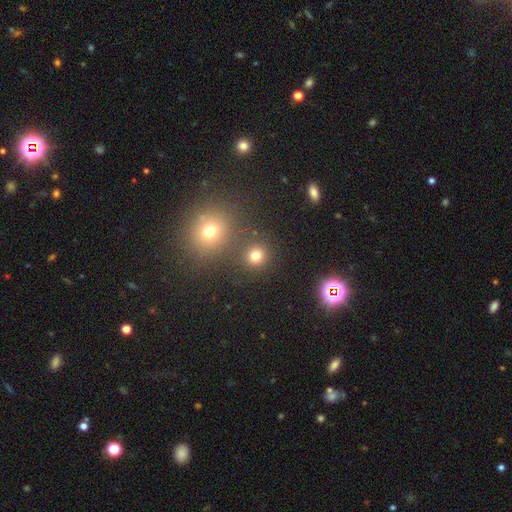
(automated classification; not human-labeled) A smooth galaxy with no disk features (76%) that is round (89%).

Vote fractions:
- Smooth or featured? smooth: 76% / star or artifact: 19% / featured or disk: 5%
- How rounded? round: 89% / in between: 10% / cigar-shaped: 1%
- Merging? none: 79% / merger: 12% / minor disturbance: 6% / major disturbance: 3%